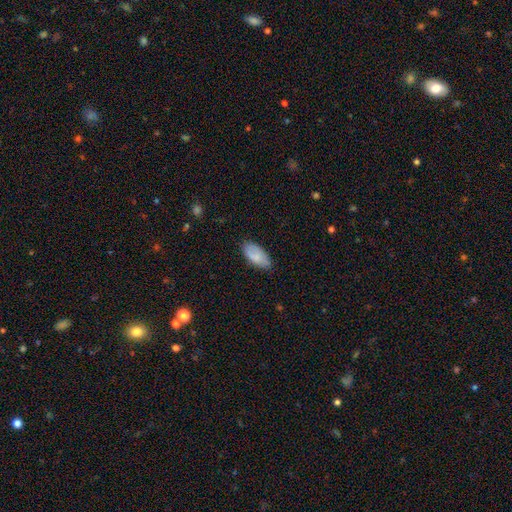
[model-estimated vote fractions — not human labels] A smooth galaxy with no disk features (80%) that is in between round and cigar-shaped (92%). Merging: none (74%).